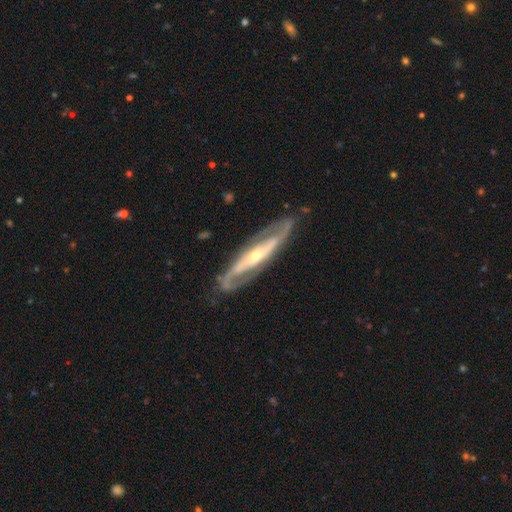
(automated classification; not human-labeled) A featured or disk galaxy (89%) with a strong bar (46%), 2 (89%) medium (45%) spiral arms (94%) and a small central bulge (57%).

Vote fractions:
- Smooth or featured? featured or disk: 89% / smooth: 7% / star or artifact: 4%
- Edge-on disk? no: 83% / yes: 17%
- Bar? strong: 46% / no: 32% / weak: 22%
- Spiral arms? yes: 94% / no: 6%
- Spiral winding? medium: 45% / tight: 37% / loose: 18%
- Spiral arm count? 2: 89% / can't tell: 6% / 1: 2% / 3: 2% / 4: 1% / more than 4: 1%
- Bulge size? small: 57% / moderate: 39% / large: 2% / none: 1% / dominant: 1%
- Merging? none: 82% / minor disturbance: 12% / major disturbance: 4% / merger: 1%